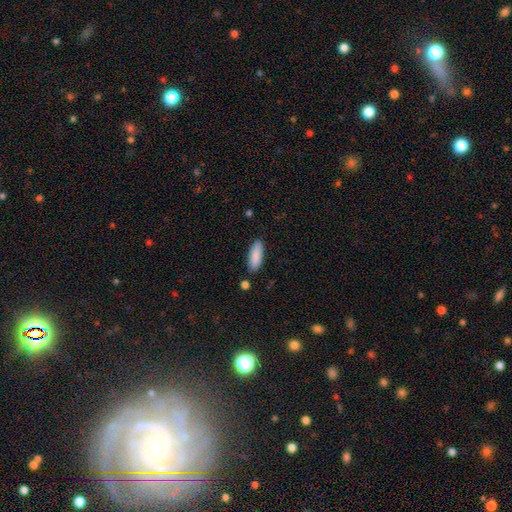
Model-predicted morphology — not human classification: smooth-or-featured: smooth: 89% | star or artifact: 6% | featured or disk: 5%
  how-rounded: in between: 62% | cigar-shaped: 37% | round: 2%
  merging: none: 85% | minor disturbance: 10% | merger: 3% | major disturbance: 2%